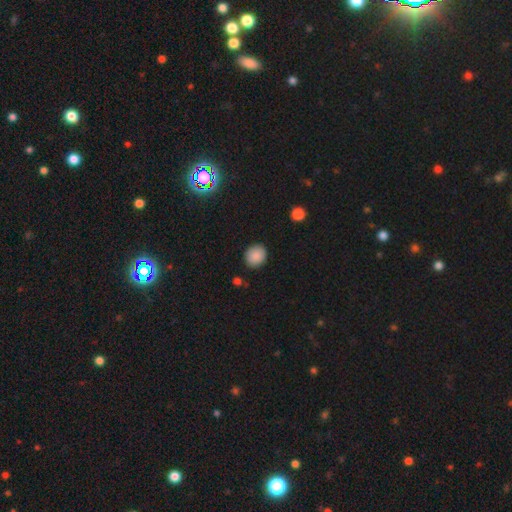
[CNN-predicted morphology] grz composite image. It shows a smooth galaxy with no disk features (87%) that is round (76%). Merging: none (88%).